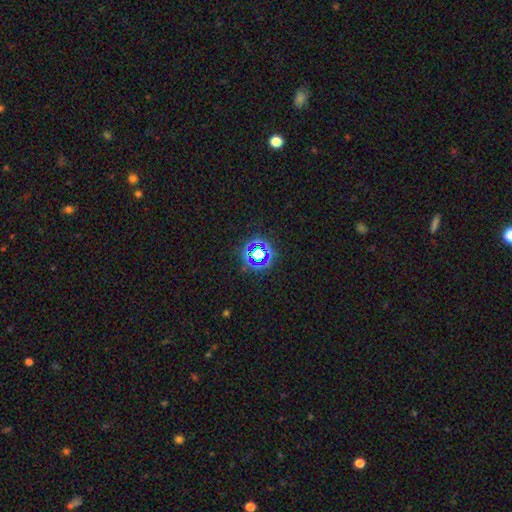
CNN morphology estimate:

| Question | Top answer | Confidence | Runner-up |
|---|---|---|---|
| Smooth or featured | star or artifact | 63% | smooth (25%) |